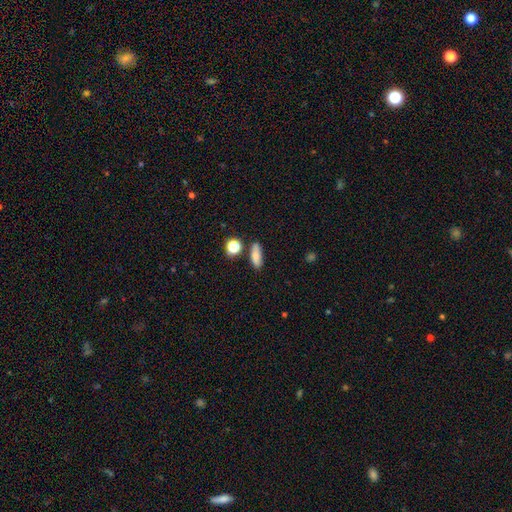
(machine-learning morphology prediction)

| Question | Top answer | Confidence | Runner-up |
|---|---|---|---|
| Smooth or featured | smooth | 77% | featured or disk (12%) |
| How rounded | in between | 60% | cigar-shaped (33%) |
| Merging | none | 77% | minor disturbance (13%) |